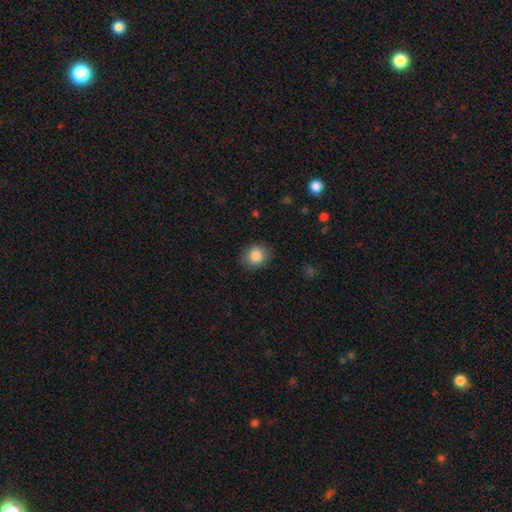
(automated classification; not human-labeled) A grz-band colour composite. It shows a smooth galaxy with no disk features (86%) that is round (69%). Merging: none (84%).